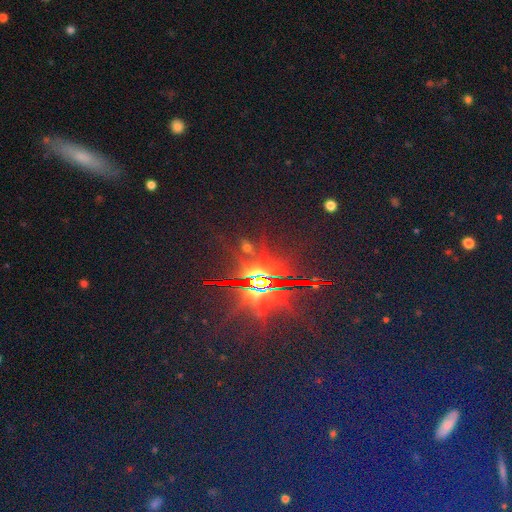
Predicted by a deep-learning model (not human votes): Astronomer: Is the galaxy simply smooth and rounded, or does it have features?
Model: star or artifact — 77%.